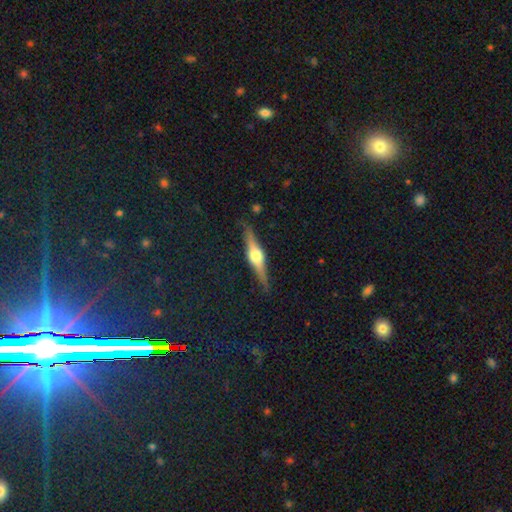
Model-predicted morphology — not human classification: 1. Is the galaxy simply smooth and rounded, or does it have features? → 79% featured or disk, 15% smooth, 6% star or artifact.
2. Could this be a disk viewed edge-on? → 97% yes, 3% no.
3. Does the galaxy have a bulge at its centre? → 93% rounded, 5% boxy, 2% none.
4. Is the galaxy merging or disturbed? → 87% none, 10% minor disturbance, 2% major disturbance, 1% merger.